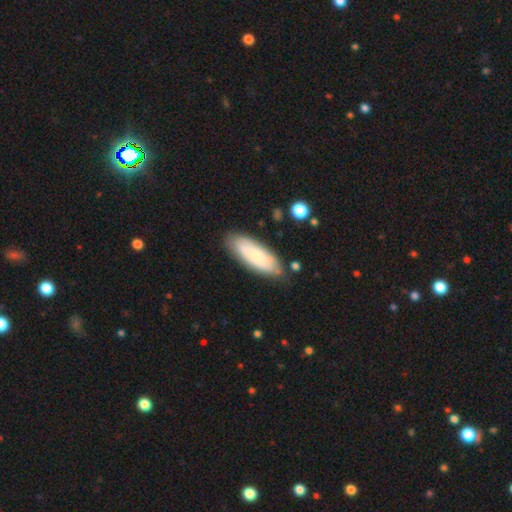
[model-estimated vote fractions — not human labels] Smooth or featured? Predicted: smooth (p=0.71). How rounded? Predicted: in between (p=0.67). Merging? Predicted: none (p=0.78).